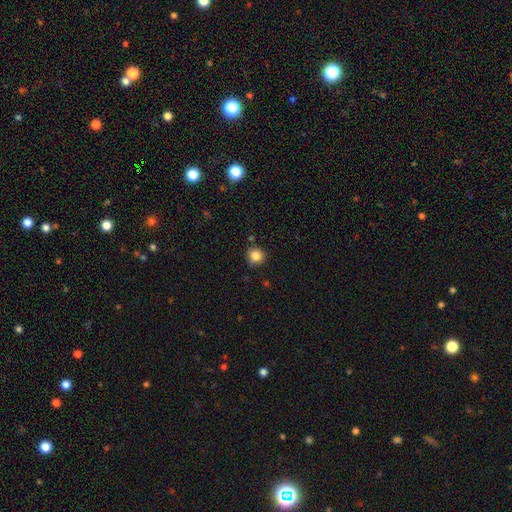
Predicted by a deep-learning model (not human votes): Overall: smooth (84%). How rounded: round (93%). Merging: none (85%).